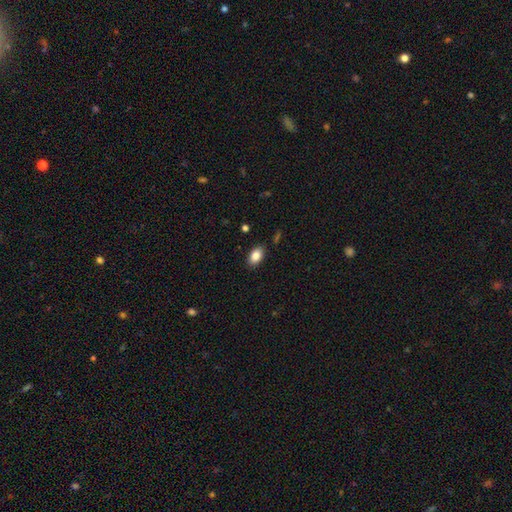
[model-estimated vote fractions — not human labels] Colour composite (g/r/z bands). It shows a smooth galaxy with no disk features (86%) that is in between round and cigar-shaped (91%). Merging: none (86%).